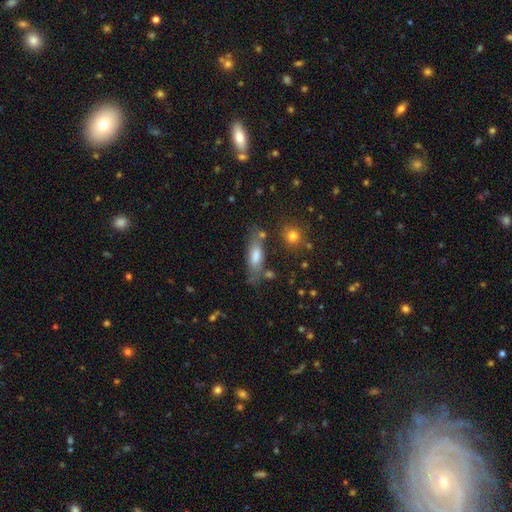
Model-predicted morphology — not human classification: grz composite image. It shows a smooth galaxy with no disk features (66%) that is in between round and cigar-shaped (52%). Merging: none (69%).